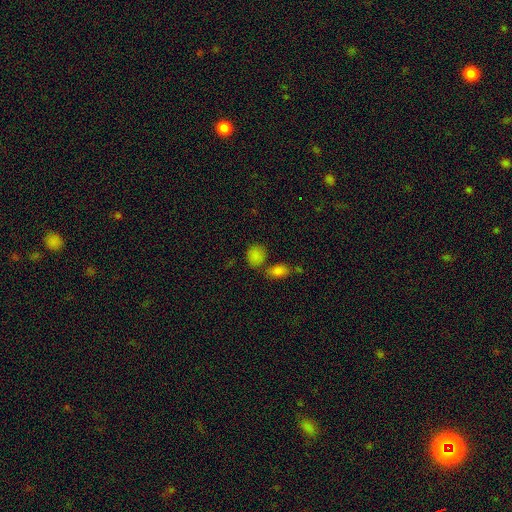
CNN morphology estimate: This appears to be a smooth galaxy with no disk features (83%) that is round (52%). Merging: none (60%).